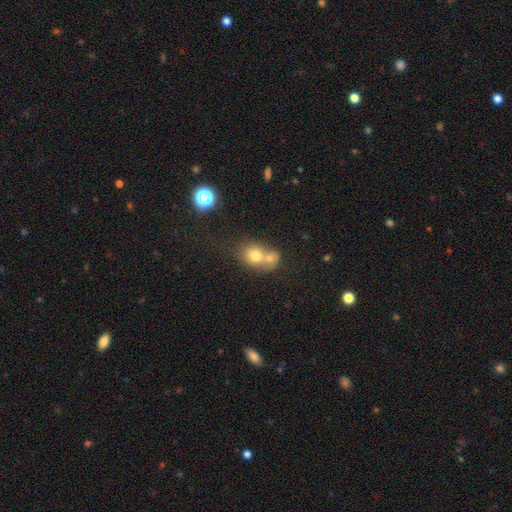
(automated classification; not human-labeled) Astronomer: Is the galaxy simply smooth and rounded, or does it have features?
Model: smooth — 71%.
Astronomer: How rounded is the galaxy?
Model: round — 61% (runner-up: in between, 38%).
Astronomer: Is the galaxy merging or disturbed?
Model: merger — 63%.